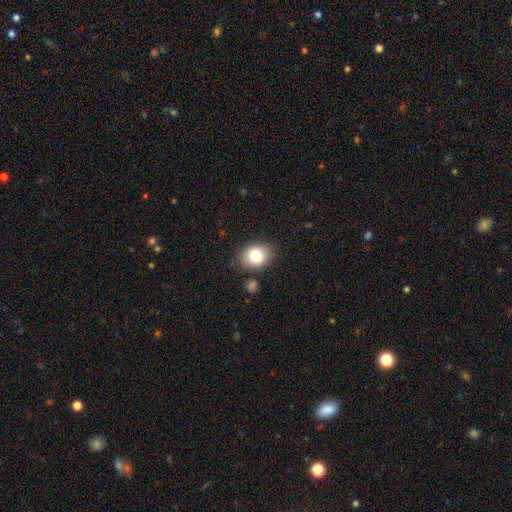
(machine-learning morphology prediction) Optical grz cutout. It shows a smooth galaxy with no disk features (81%) that is in between round and cigar-shaped (58%). Merging: none (80%).